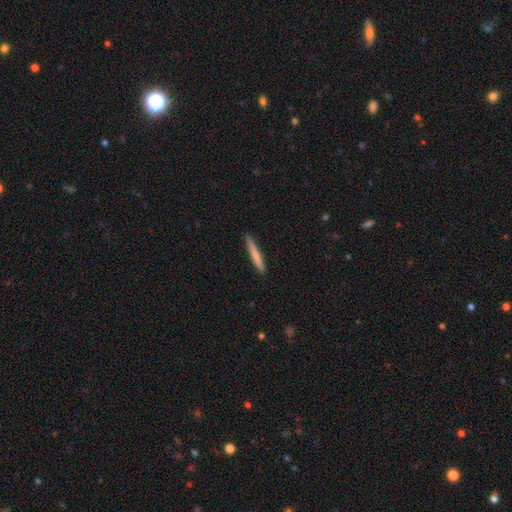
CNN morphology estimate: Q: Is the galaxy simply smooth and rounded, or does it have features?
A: smooth — 75%.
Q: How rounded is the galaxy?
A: cigar-shaped — 96%.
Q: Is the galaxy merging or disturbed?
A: none — 89%.